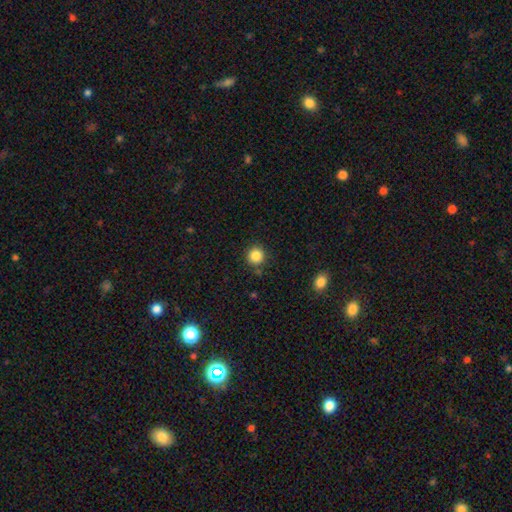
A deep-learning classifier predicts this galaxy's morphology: Smooth or featured? smooth (85%)
How rounded? round (93%)
Merging? none (85%)